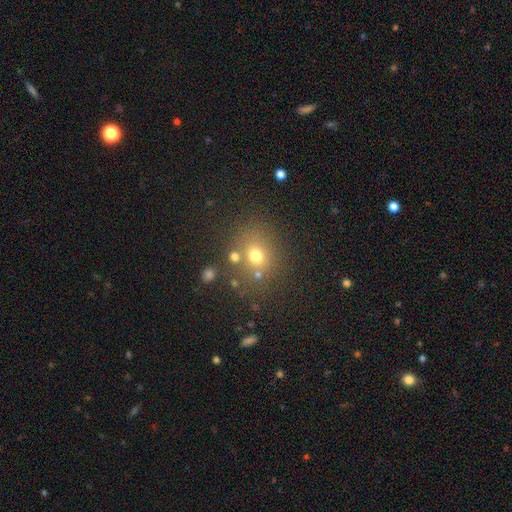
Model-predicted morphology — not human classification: smooth 68%, star or artifact 21%, featured or disk 12%. Down the decision tree: how rounded — round (70%); merging — none (73%).